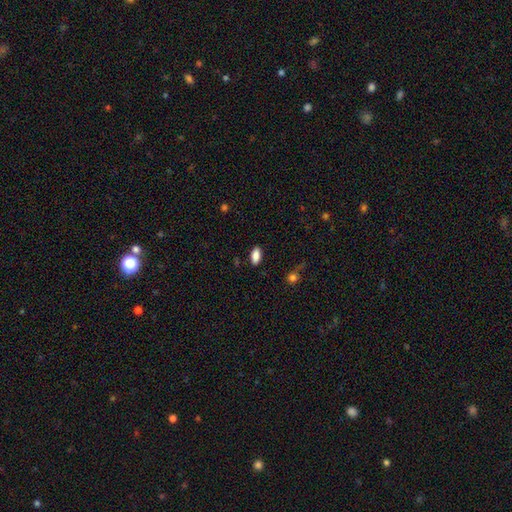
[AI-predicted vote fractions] Smooth or featured? Predicted: smooth (p=0.87). How rounded? Predicted: in between (p=0.91). Merging? Predicted: none (p=0.87).